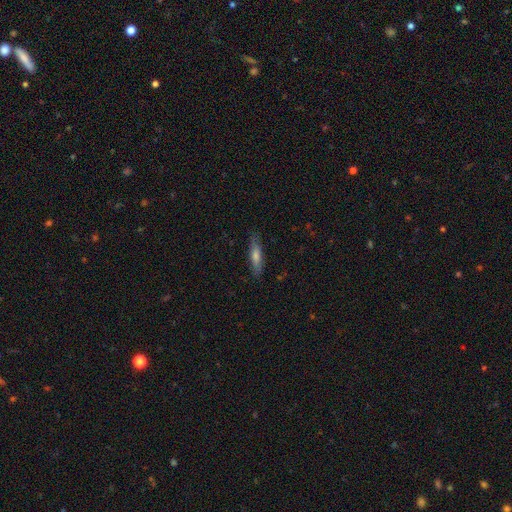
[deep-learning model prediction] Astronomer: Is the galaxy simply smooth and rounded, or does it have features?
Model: smooth — 56% (runner-up: featured or disk, 37%).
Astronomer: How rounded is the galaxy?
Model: cigar-shaped — 81%.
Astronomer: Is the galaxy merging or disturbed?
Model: none — 85%.